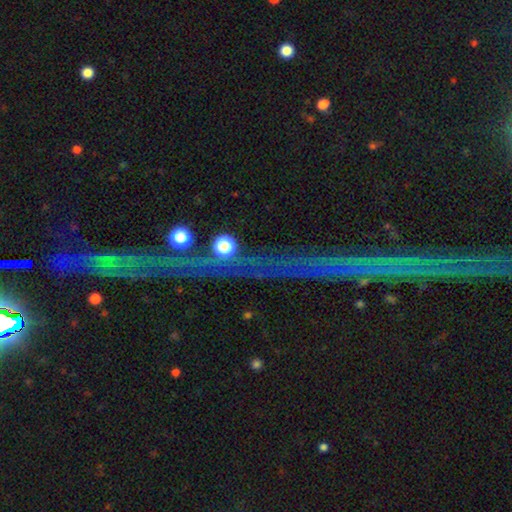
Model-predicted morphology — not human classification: Overall: star or artifact (79%).